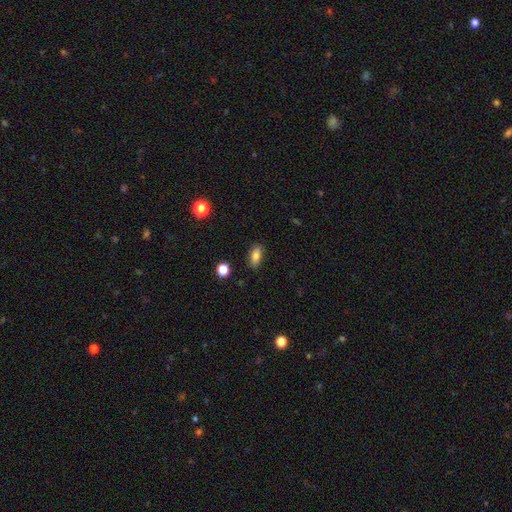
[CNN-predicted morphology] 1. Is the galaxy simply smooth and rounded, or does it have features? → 80% smooth, 11% featured or disk, 9% star or artifact.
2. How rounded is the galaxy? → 83% in between, 11% cigar-shaped, 6% round.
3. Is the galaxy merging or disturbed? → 85% none, 11% minor disturbance, 2% major disturbance, 2% merger.